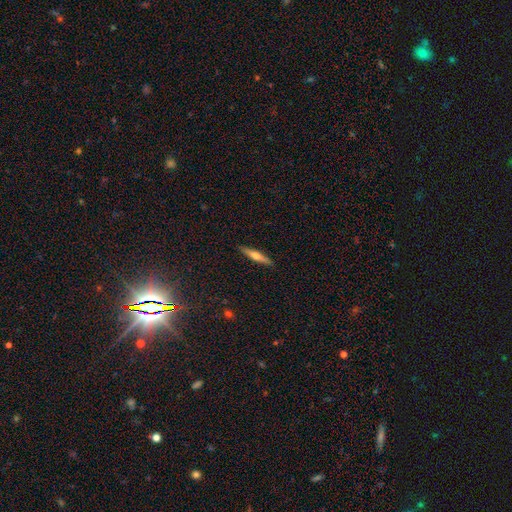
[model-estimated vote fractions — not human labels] The model was most divided on "smooth or featured": featured or disk: 49%, smooth: 45%, star or artifact: 6%. More confident: merging — none (91%).